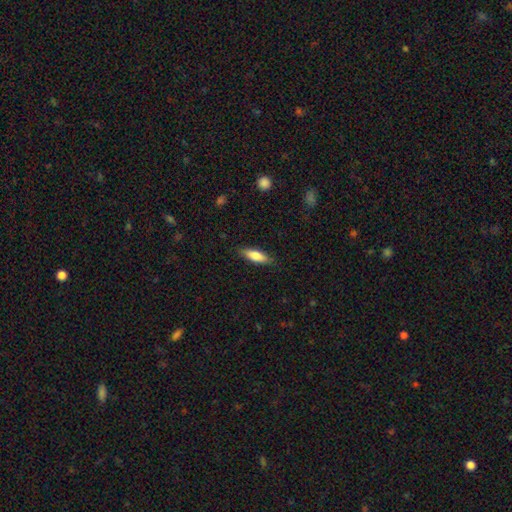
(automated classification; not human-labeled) Q: Smooth or featured?
A: smooth (80%); runner-up: featured or disk (14%)
Q: How rounded?
A: in between (52%); runner-up: cigar-shaped (46%)
Q: Merging?
A: none (85%); runner-up: minor disturbance (12%)